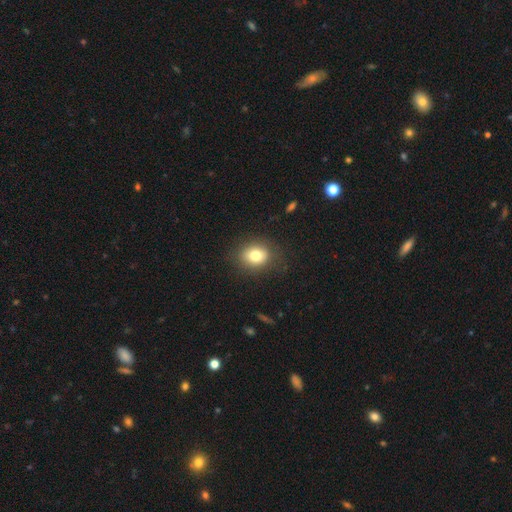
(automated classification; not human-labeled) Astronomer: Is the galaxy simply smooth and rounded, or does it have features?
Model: smooth — 78%.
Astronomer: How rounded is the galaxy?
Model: round — 57% (runner-up: in between, 42%).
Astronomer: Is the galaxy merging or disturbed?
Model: none — 84%.